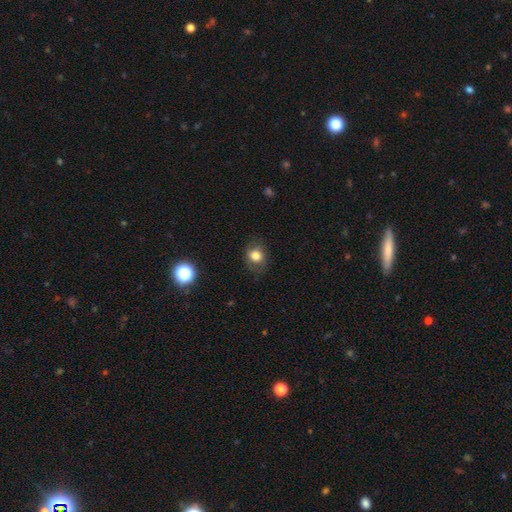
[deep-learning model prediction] Q: Smooth or featured?
A: smooth (76%); runner-up: featured or disk (13%)
Q: How rounded?
A: round (57%); runner-up: in between (42%)
Q: Merging?
A: none (74%); runner-up: minor disturbance (18%)